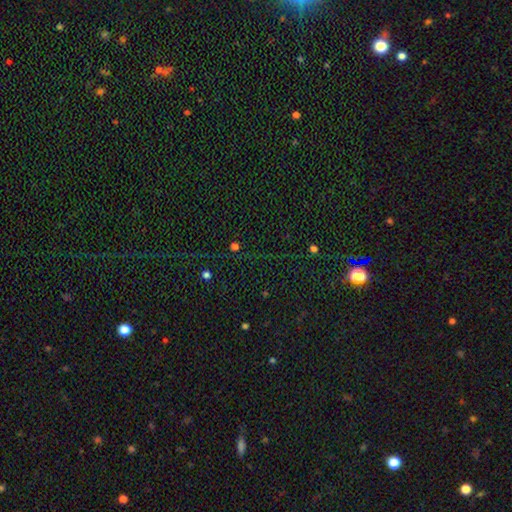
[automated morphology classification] Overall: star or artifact (79%).